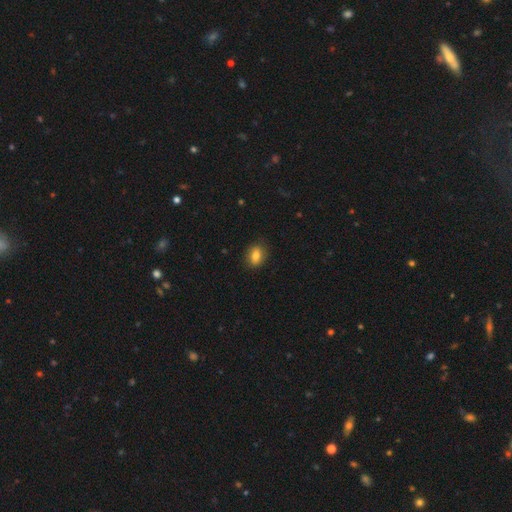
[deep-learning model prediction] smooth-or-featured: smooth: 81% | featured or disk: 10% | star or artifact: 9%
  how-rounded: in between: 73% | round: 25% | cigar-shaped: 2%
  merging: none: 85% | minor disturbance: 12% | major disturbance: 3% | merger: 1%